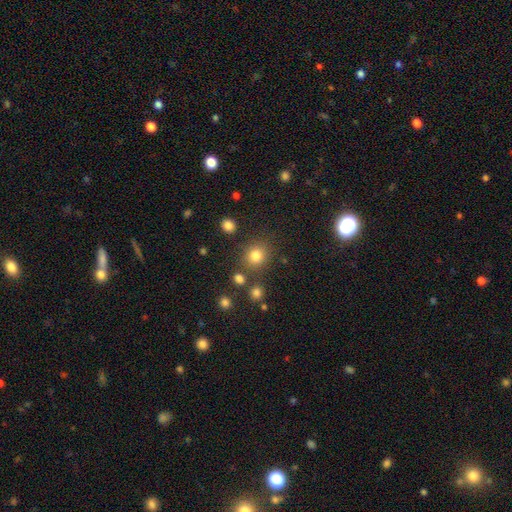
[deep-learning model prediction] Overall: smooth (80%). How rounded: round (84%). Merging: none (79%).